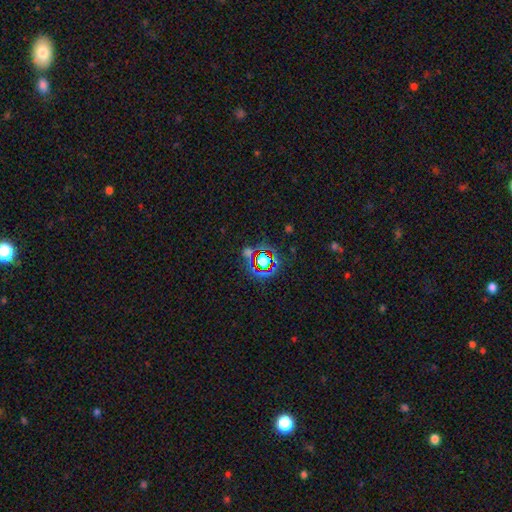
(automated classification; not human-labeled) Morphology: type=star or artifact (75%).